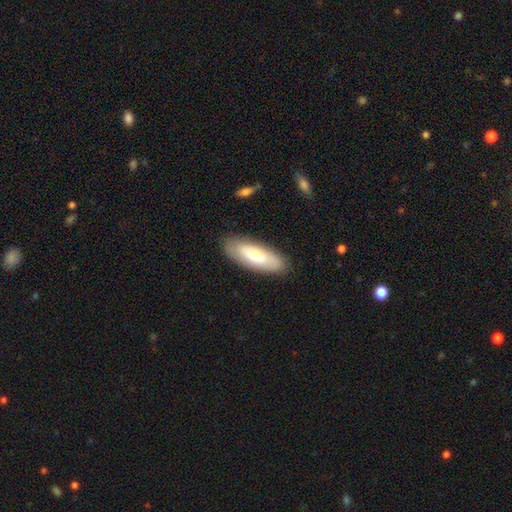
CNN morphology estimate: This is likely a smooth galaxy (71%). How rounded: likely in between (70%). Merging: clearly none (85%).